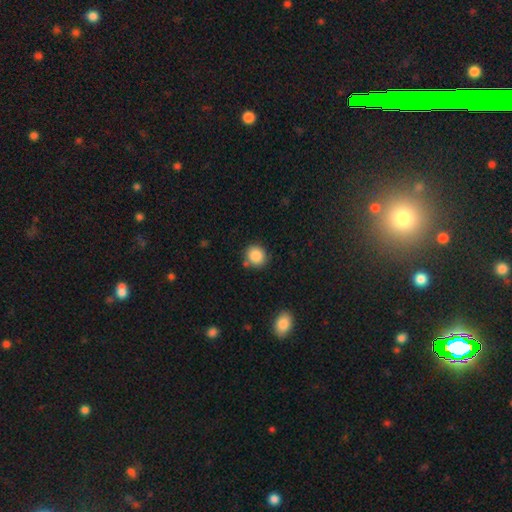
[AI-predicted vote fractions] smooth_or_featured: smooth (p=0.86) [alt: star or artifact p=0.09]
how_rounded: round (p=0.84) [alt: in between p=0.15]
merging: none (p=0.79) [alt: minor disturbance p=0.11]